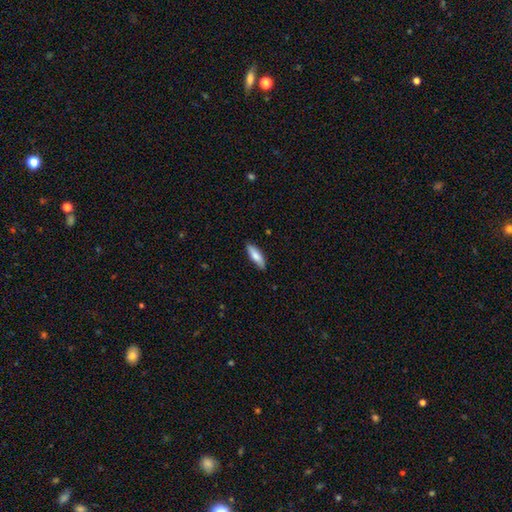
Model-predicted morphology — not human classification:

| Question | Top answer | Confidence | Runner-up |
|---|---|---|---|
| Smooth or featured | smooth | 76% | featured or disk (18%) |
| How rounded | cigar-shaped | 56% | in between (42%) |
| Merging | none | 85% | minor disturbance (12%) |